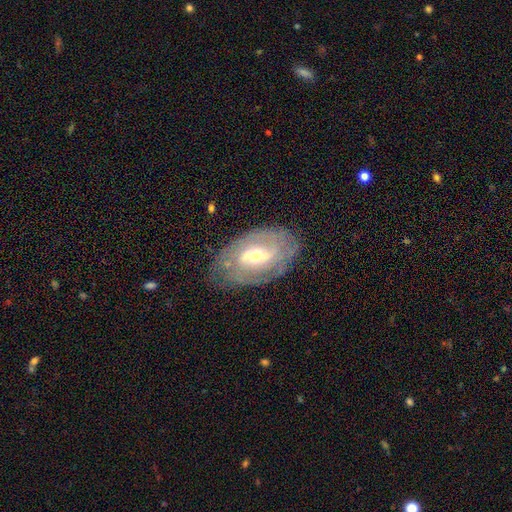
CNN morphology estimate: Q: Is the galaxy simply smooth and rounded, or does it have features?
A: featured or disk — 77%.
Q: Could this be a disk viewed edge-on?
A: no — 94%.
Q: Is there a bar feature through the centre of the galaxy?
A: weak — 47%.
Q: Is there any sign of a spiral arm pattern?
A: yes — 82%.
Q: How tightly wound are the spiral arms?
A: tight — 52%.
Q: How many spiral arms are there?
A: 2 — 48%.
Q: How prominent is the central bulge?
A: moderate — 47%, tied with small.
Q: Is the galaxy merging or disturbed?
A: none — 75%.